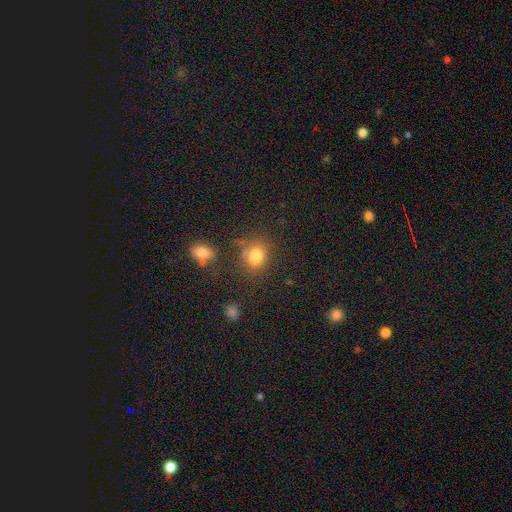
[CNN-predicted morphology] A smooth galaxy with no disk features (79%) that is round (52%). Merging: none (68%).